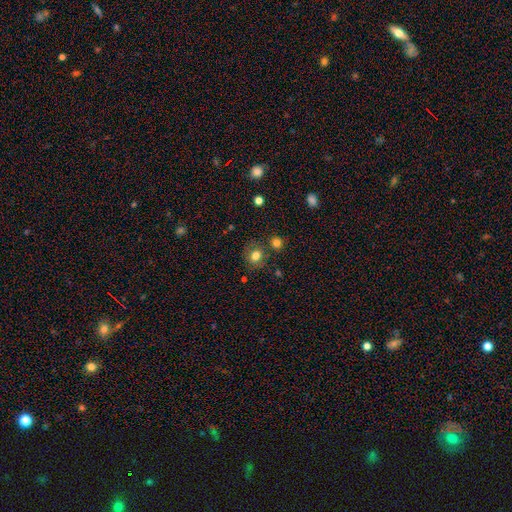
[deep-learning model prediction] Overall: smooth (78%). How rounded: round (82%). Merging: none (77%).